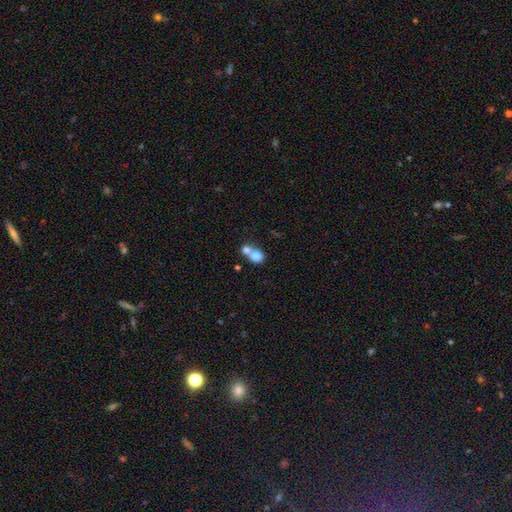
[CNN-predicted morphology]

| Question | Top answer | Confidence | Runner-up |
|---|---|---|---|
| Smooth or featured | smooth | 77% | featured or disk (13%) |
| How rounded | round | 74% | in between (24%) |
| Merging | merger | 60% | none (32%) |